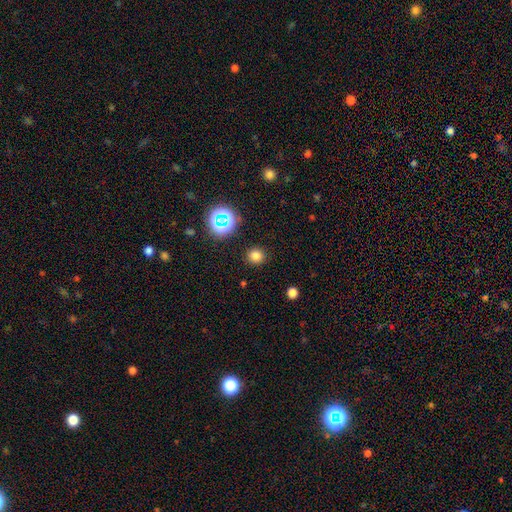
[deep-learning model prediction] A smooth galaxy with no disk features (76%) that is round (91%).

Vote fractions:
- Smooth or featured? smooth: 76% / star or artifact: 19% / featured or disk: 5%
- How rounded? round: 91% / in between: 8% / cigar-shaped: 1%
- Merging? none: 90% / minor disturbance: 6% / major disturbance: 3% / merger: 1%